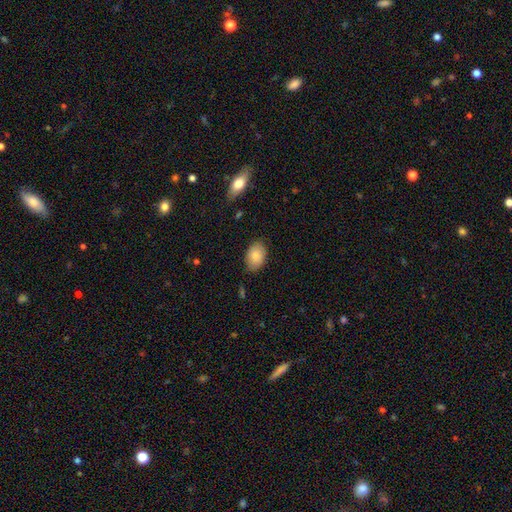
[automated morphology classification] A smooth galaxy with no disk features (86%) that is in between round and cigar-shaped (87%).

Vote fractions:
- Smooth or featured? smooth: 86% / featured or disk: 8% / star or artifact: 7%
- How rounded? in between: 87% / round: 12% / cigar-shaped: 1%
- Merging? none: 83% / minor disturbance: 13% / major disturbance: 3% / merger: 1%